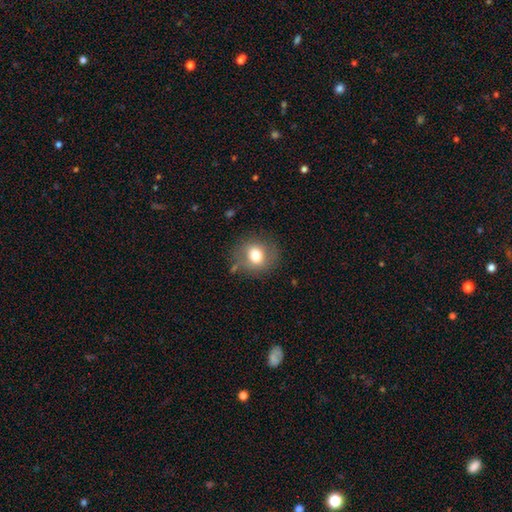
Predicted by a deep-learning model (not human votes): smooth 73%, featured or disk 17%, star or artifact 10%. Down the decision tree: how rounded — round (78%); merging — none (78%).